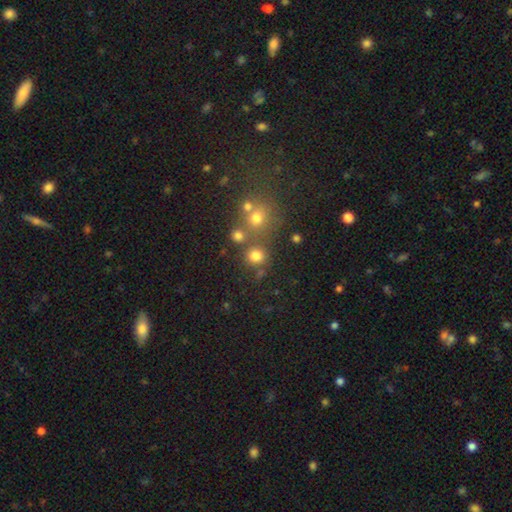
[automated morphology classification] This is likely a smooth galaxy (76%). How rounded: clearly round (89%). Merging: likely none (71%).